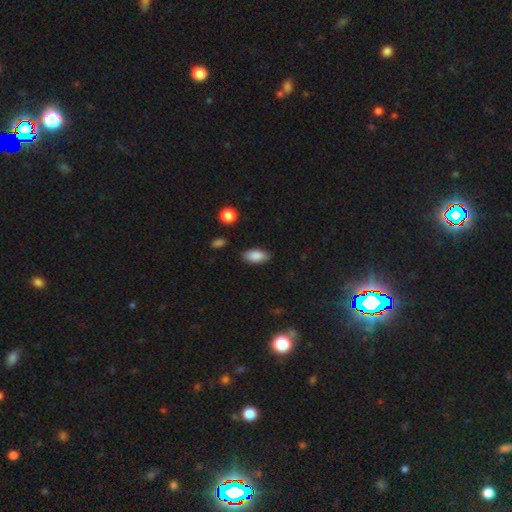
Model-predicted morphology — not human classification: Smooth or featured? smooth (87%)
How rounded? in between (91%)
Merging? none (85%)